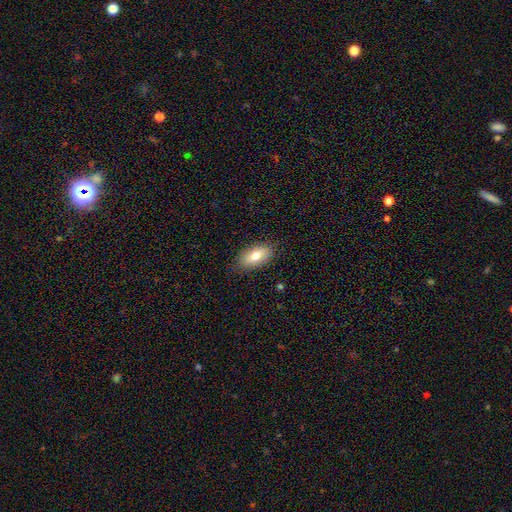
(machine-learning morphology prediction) smooth_or_featured: smooth (p=0.74) [alt: featured or disk p=0.19]
how_rounded: in between (p=0.90) [alt: cigar-shaped p=0.05]
merging: none (p=0.84) [alt: minor disturbance p=0.12]